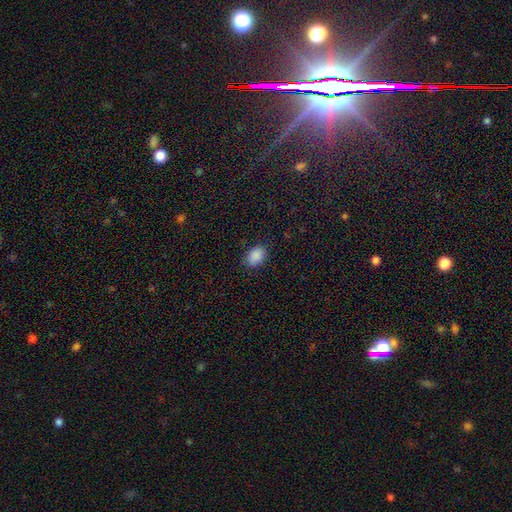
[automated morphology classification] This appears to be a smooth galaxy with no disk features (88%) that is in between round and cigar-shaped (77%). Merging: none (84%).